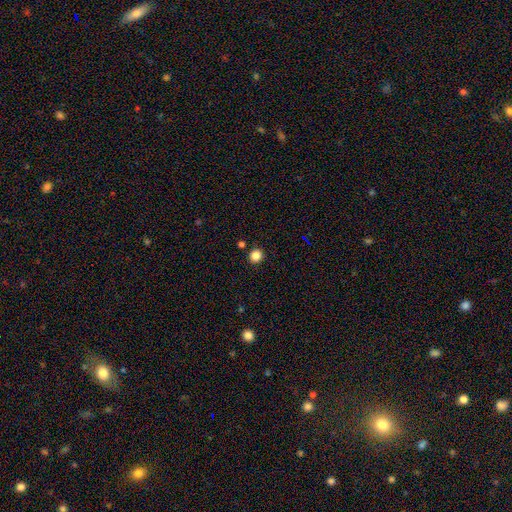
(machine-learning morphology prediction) This is clearly a smooth galaxy (84%). How rounded: clearly round (90%). Merging: clearly none (90%).